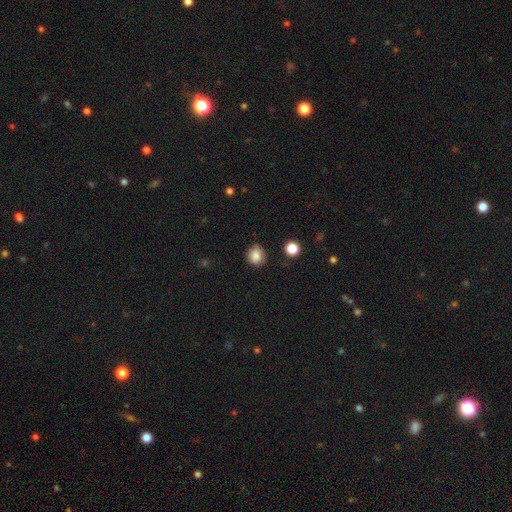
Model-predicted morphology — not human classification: Overall: smooth (86%). How rounded: round (80%). Merging: none (84%).